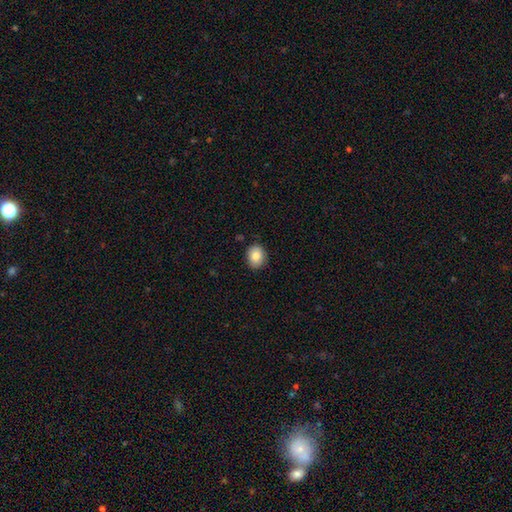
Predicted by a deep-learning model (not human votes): Smooth or featured? Predicted: smooth (p=0.84). How rounded? Predicted: round (p=0.50). Merging? Predicted: none (p=0.87).